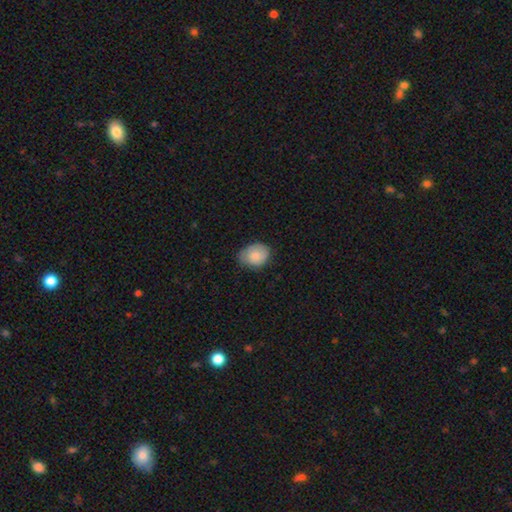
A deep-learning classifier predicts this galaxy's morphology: smooth 81%, featured or disk 13%, star or artifact 7%. Down the decision tree: how rounded — in between (58%); merging — none (62%).